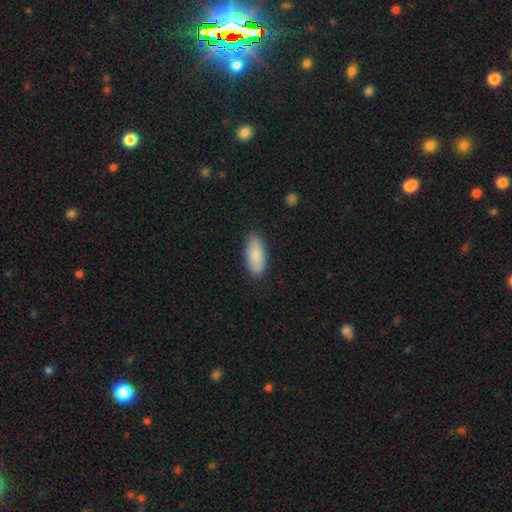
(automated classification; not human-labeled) Smooth or featured? Predicted: smooth (p=0.87). How rounded? Predicted: in between (p=0.85). Merging? Predicted: none (p=0.85).